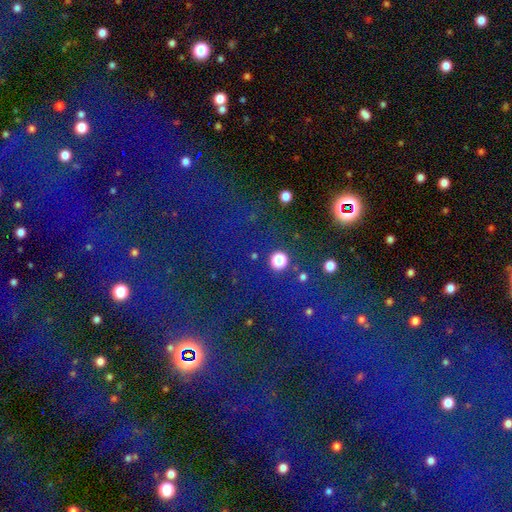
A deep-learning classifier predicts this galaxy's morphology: Smooth or featured: star or artifact — 82% (smooth — 11%)